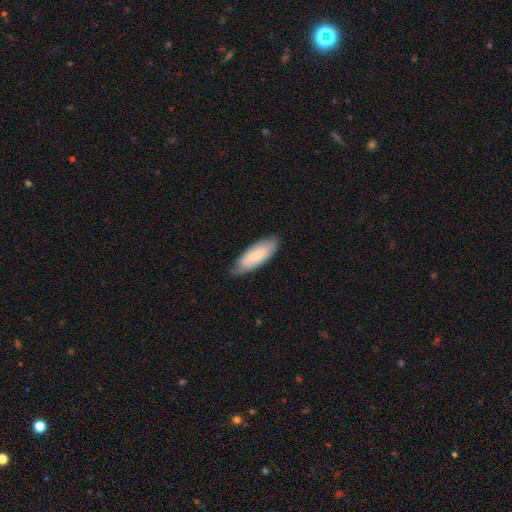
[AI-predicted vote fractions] A smooth galaxy with no disk features (73%) that is in between round and cigar-shaped (73%). Merging: none (76%).